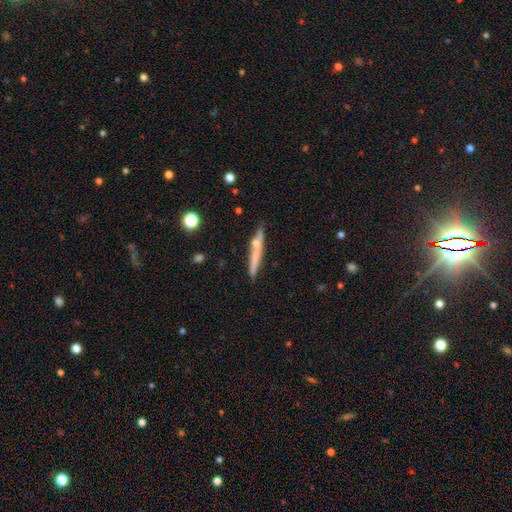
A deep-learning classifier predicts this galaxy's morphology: smooth-or-featured: featured or disk: 49% | smooth: 44% | star or artifact: 7%
  merging: none: 79% | minor disturbance: 12% | merger: 6% | major disturbance: 3%